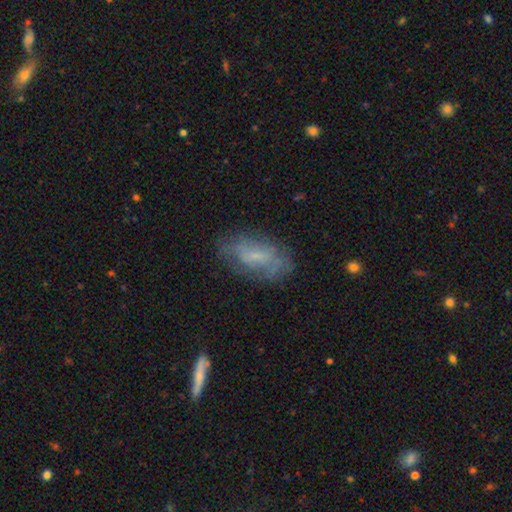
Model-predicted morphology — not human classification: smooth_or_featured: featured or disk (p=0.48) [alt: smooth p=0.43]
merging: none (p=0.67) [alt: minor disturbance p=0.22]